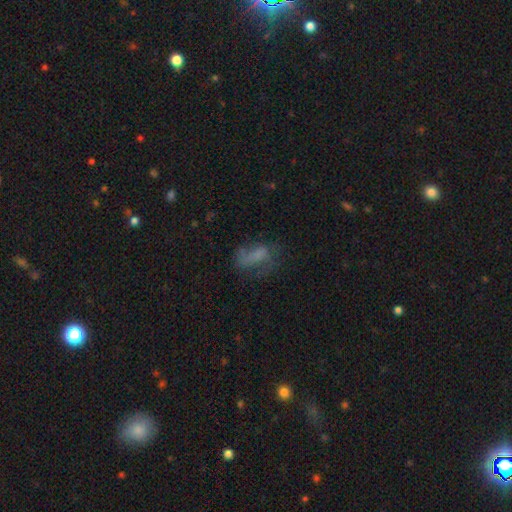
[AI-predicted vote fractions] Smooth or featured?
  - smooth: 50% *
  - featured or disk: 35%
  - star or artifact: 16%
Merging?
  - none: 39% *
  - major disturbance: 33%
  - minor disturbance: 24%
  - merger: 5%